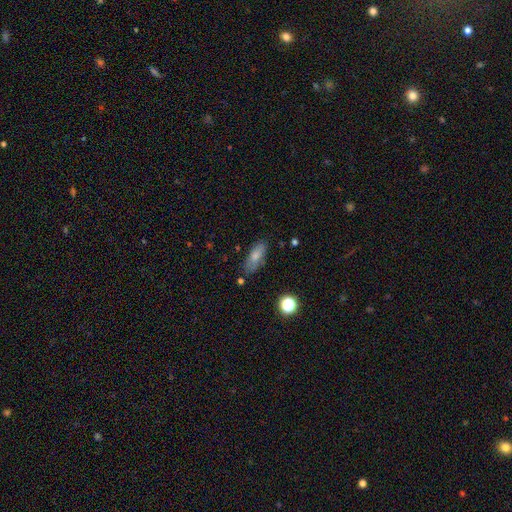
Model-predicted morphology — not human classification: A smooth galaxy with no disk features (77%) that is in between round and cigar-shaped (74%). Merging: none (74%).